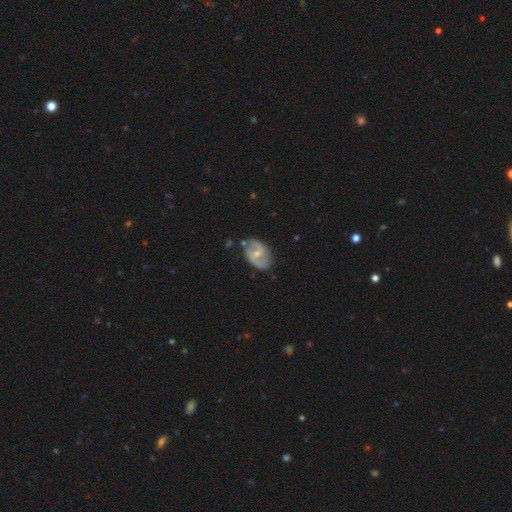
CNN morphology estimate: type=featured or disk (71%); edge-on=no (97%); bar=weak (52%); spiral arms=yes (82%); winding=medium (48%); arm count=2 (83%); bulge=small (53%); merging=none (71%).